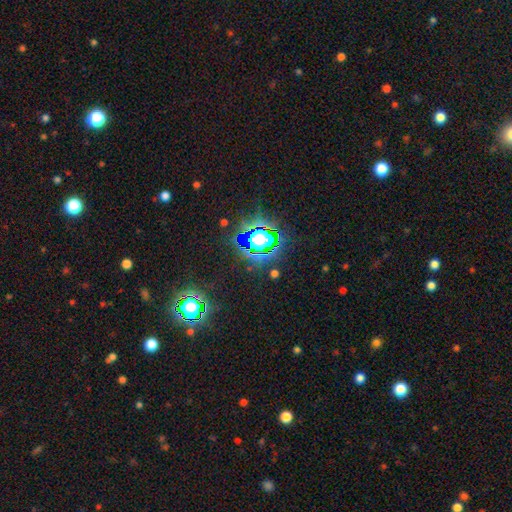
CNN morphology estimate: Smooth or featured: star or artifact — 81% (smooth — 12%)